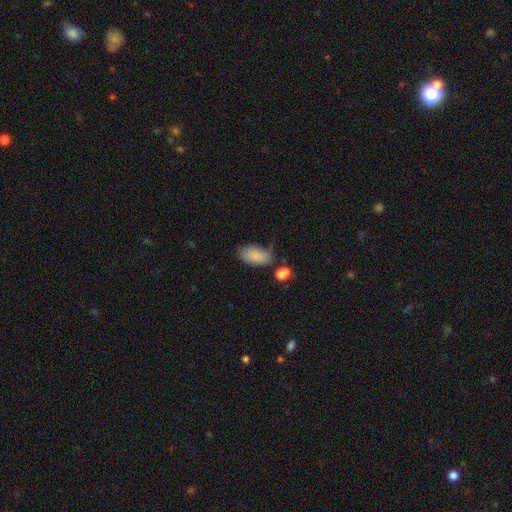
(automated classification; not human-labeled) Morphology: type=smooth (84%); roundness=in between (93%); merging=none (58%).